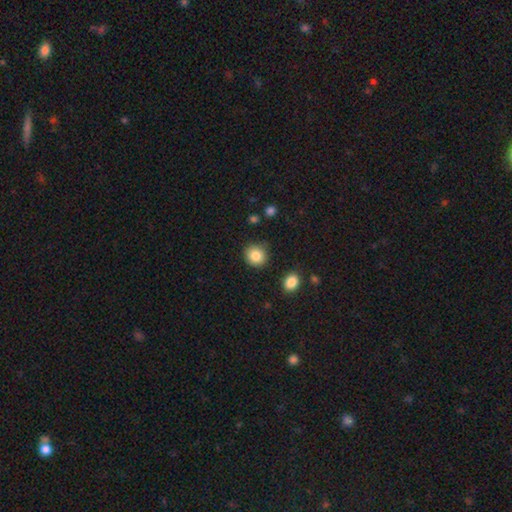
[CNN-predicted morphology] Q: Smooth or featured?
A: smooth (85%); runner-up: star or artifact (9%)
Q: How rounded?
A: round (87%); runner-up: in between (12%)
Q: Merging?
A: none (87%); runner-up: minor disturbance (9%)